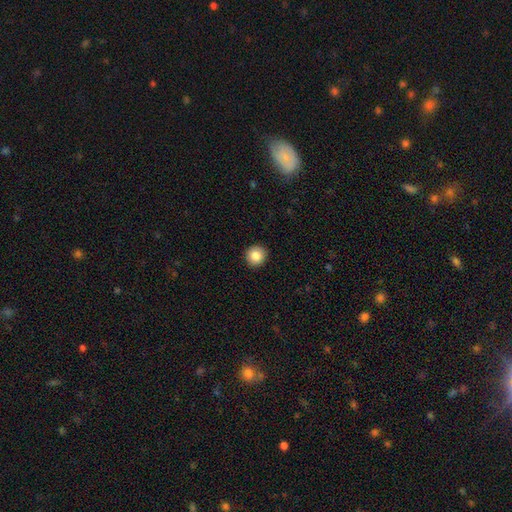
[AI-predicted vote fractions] A smooth galaxy with no disk features (85%) that is round (93%). Merging: none (93%).